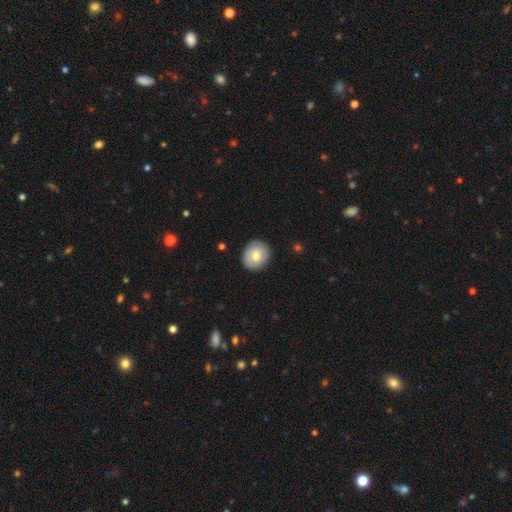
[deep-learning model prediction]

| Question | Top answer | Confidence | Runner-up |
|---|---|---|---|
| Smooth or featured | smooth | 70% | featured or disk (23%) |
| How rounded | round | 78% | in between (21%) |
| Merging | none | 86% | minor disturbance (11%) |